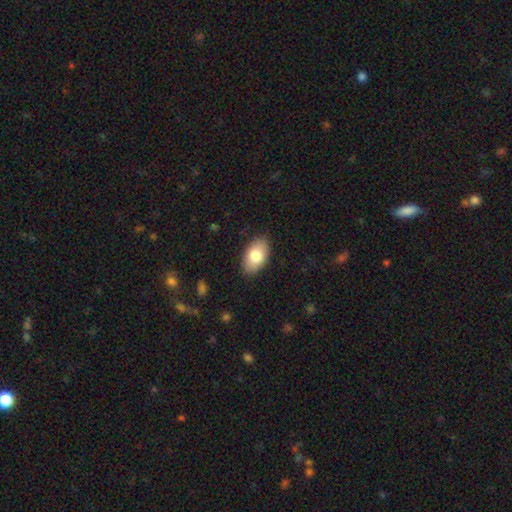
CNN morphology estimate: This appears to be a smooth galaxy with no disk features (80%) that is in between round and cigar-shaped (94%). Merging: none (86%).